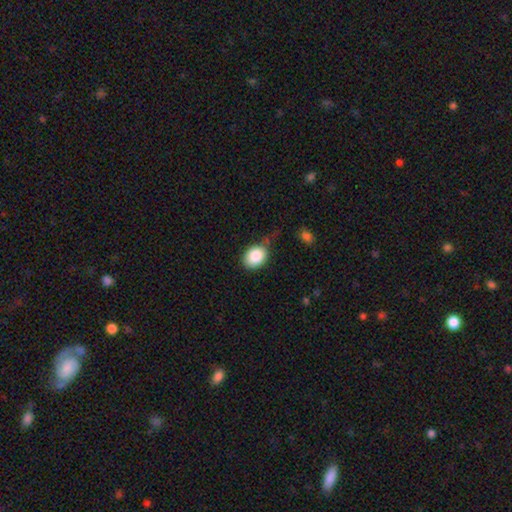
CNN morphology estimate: A smooth galaxy with no disk features (87%) that is in between round and cigar-shaped (68%). Merging: none (67%).